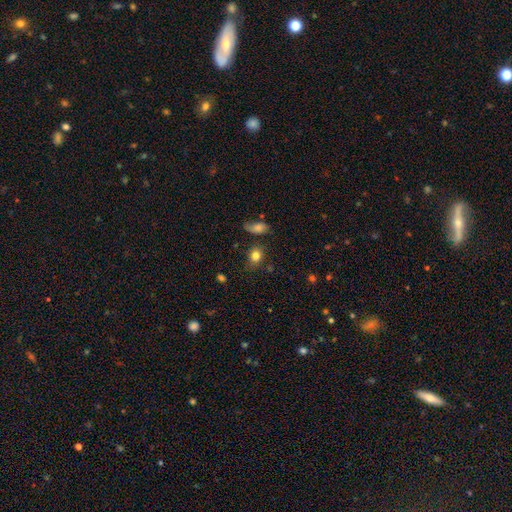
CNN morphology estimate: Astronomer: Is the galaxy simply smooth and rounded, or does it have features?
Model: smooth — 81%.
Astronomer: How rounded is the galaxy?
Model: round — 55% (runner-up: in between, 43%).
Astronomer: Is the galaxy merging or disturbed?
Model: none — 72%.